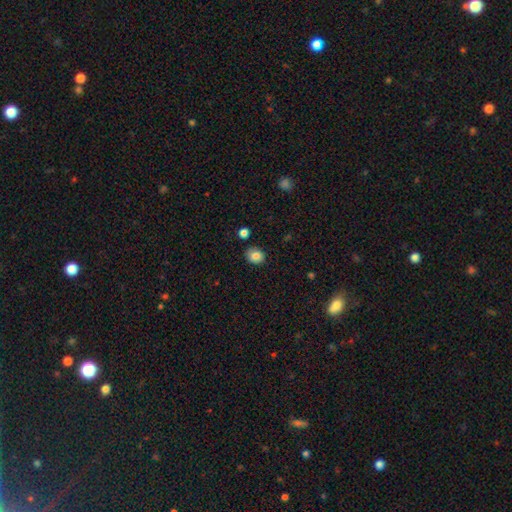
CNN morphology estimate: The model was most divided on "how rounded": round: 54%, in between: 45%, cigar-shaped: 1%. More confident: merging — none (85%); smooth or featured — smooth (83%).